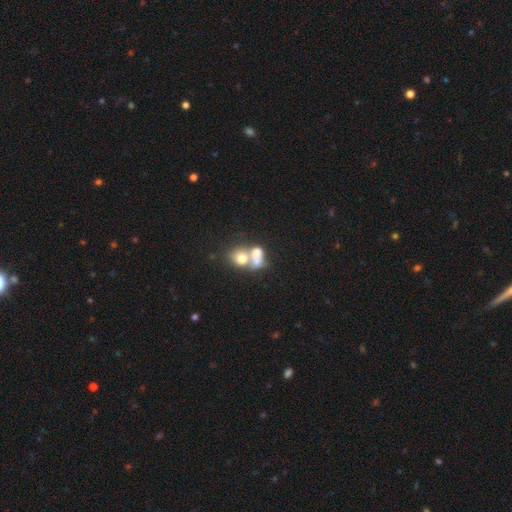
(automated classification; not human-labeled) Morphology: type=smooth (63%); roundness=round (50%); merging=merger (70%).